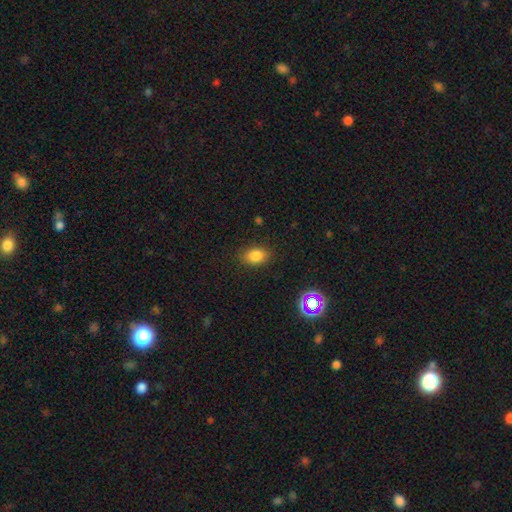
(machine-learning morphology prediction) type=smooth (82%); roundness=in between (78%); merging=none (84%).